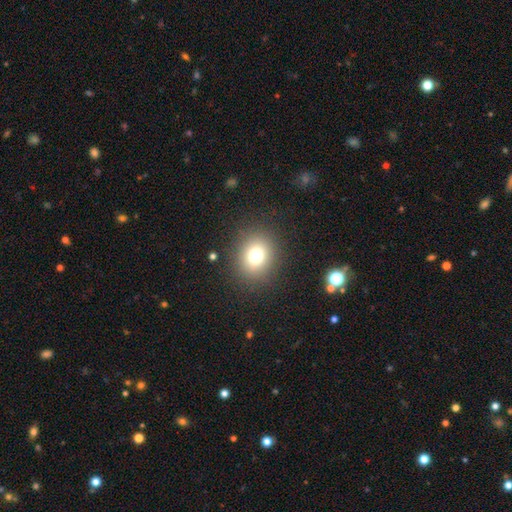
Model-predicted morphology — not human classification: smooth-or-featured: smooth: 75% | star or artifact: 15% | featured or disk: 10%
  how-rounded: round: 74% | in between: 25% | cigar-shaped: 1%
  merging: none: 88% | minor disturbance: 7% | major disturbance: 4% | merger: 1%